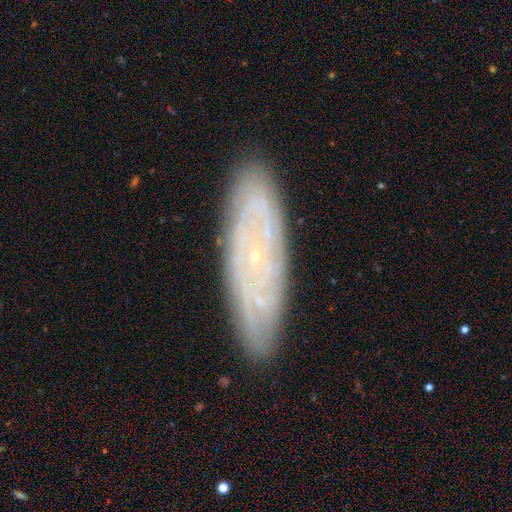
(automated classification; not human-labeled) Smooth or featured?
  - featured or disk: 74% *
  - smooth: 18%
  - star or artifact: 8%
Edge-on disk?
  - no: 79% *
  - yes: 21%
Bar?
  - no: 80% *
  - weak: 16%
  - strong: 5%
Spiral arms?
  - yes: 82% *
  - no: 18%
Bulge size?
  - small: 88% *
  - moderate: 8%
  - none: 2%
  - large: 1%
  - dominant: 1%
Merging?
  - none: 86% *
  - minor disturbance: 11%
  - major disturbance: 2%
  - merger: 1%